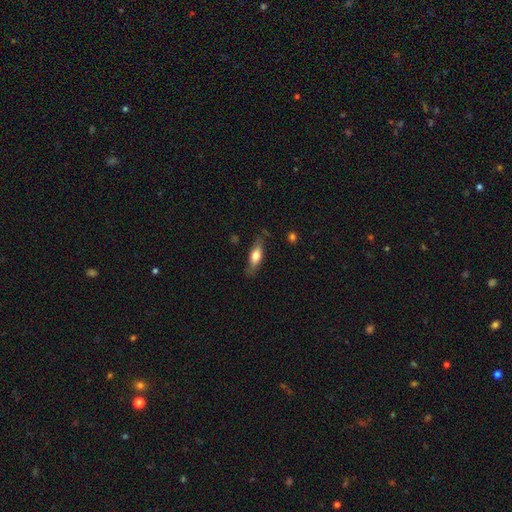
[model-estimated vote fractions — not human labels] Overall: smooth (68%). How rounded: in between (63%; cigar-shaped 34%). Merging: none (75%).